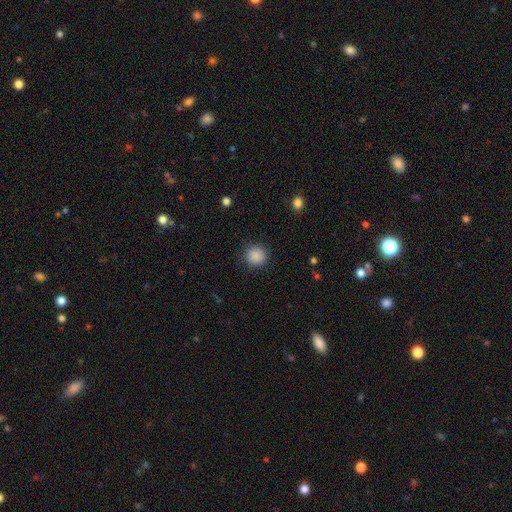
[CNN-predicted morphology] Overall: smooth (88%). How rounded: round (91%). Merging: none (90%).